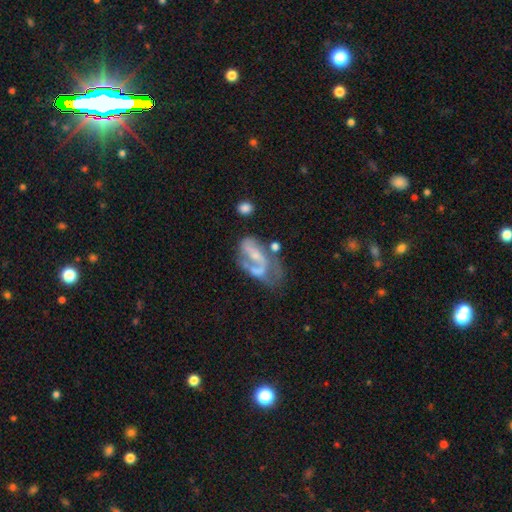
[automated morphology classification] Smooth or featured: featured or disk — 74% (smooth — 18%)
Edge-on disk: no — 96% (yes — 4%)
Bar: no — 42% (weak — 37%)
Spiral arms: yes — 77% (no — 23%)
Spiral winding: medium — 42% (loose — 35%)
Spiral arm count: 2 — 61% (1 — 21%)
Bulge size: small — 55% (moderate — 25%)
Merging: none — 33% (major disturbance — 31%)